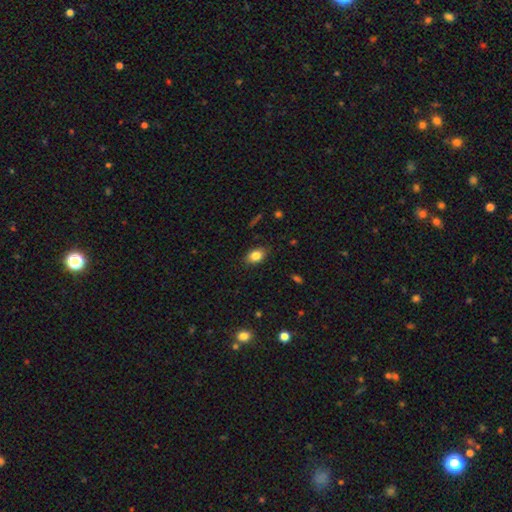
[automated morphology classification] smooth_or_featured: smooth (p=0.83) [alt: star or artifact p=0.09]
how_rounded: in between (p=0.80) [alt: round p=0.19]
merging: none (p=0.84) [alt: minor disturbance p=0.12]